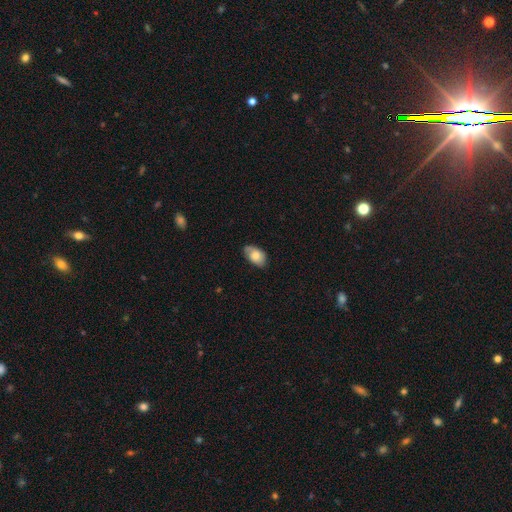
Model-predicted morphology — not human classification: A smooth galaxy with no disk features (73%) that is in between round and cigar-shaped (91%).

Vote fractions:
- Smooth or featured? smooth: 73% / featured or disk: 20% / star or artifact: 7%
- How rounded? in between: 91% / round: 8% / cigar-shaped: 1%
- Merging? none: 69% / minor disturbance: 25% / major disturbance: 5% / merger: 1%